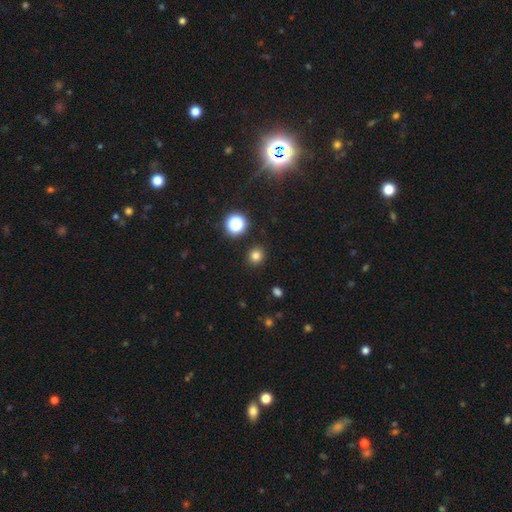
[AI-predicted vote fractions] smooth-or-featured: smooth: 79% | star or artifact: 16% | featured or disk: 5%
  how-rounded: round: 86% | in between: 13% | cigar-shaped: 1%
  merging: none: 90% | minor disturbance: 6% | major disturbance: 2% | merger: 2%